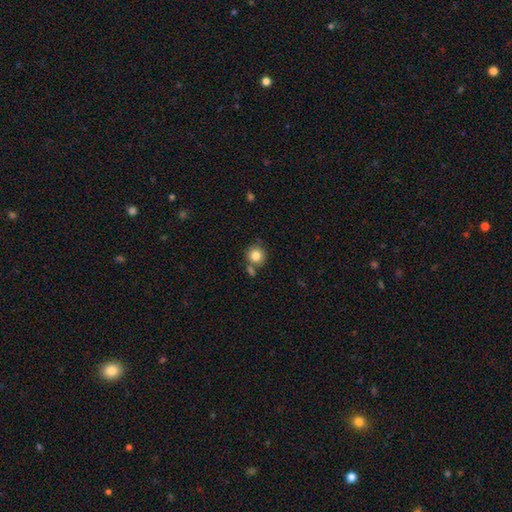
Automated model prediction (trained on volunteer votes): Smooth or featured? Predicted: smooth (p=0.82). How rounded? Predicted: round (p=0.91). Merging? Predicted: none (p=0.72).